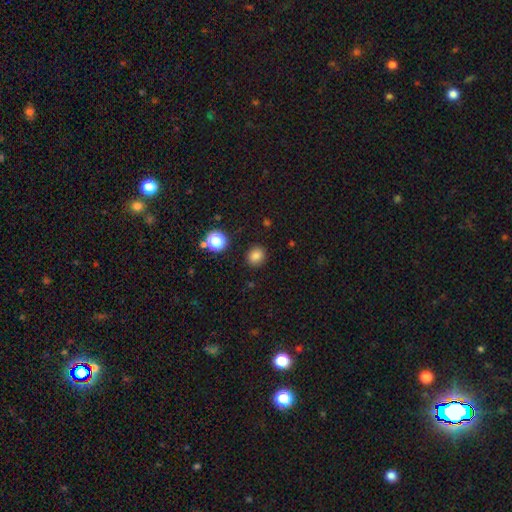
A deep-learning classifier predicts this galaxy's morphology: smooth-or-featured: smooth: 83% | star or artifact: 13% | featured or disk: 4%
  how-rounded: round: 75% | in between: 24% | cigar-shaped: 1%
  merging: none: 89% | minor disturbance: 7% | major disturbance: 2% | merger: 2%